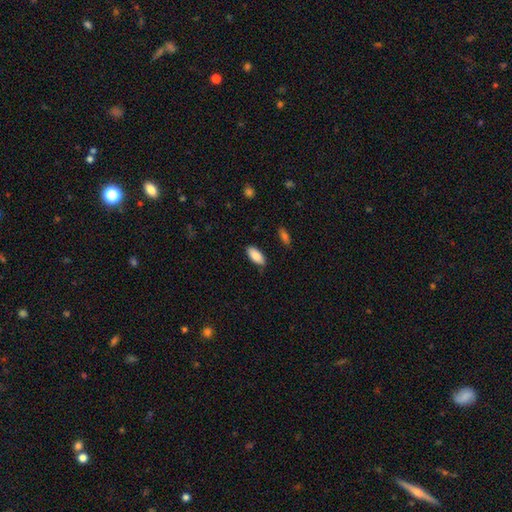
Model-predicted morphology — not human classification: Overall: smooth (88%). How rounded: in between (89%). Merging: none (82%).